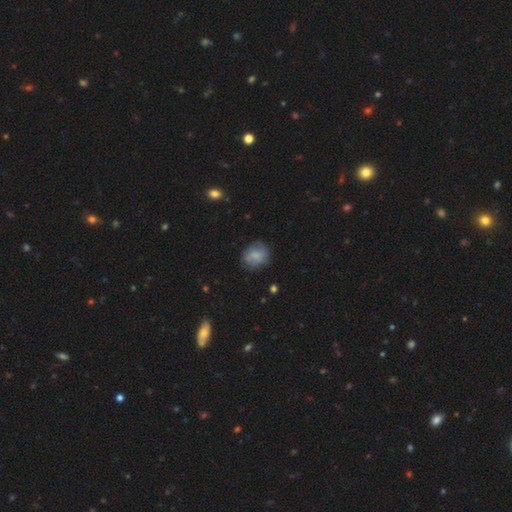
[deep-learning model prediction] smooth-or-featured: smooth: 65% | featured or disk: 26% | star or artifact: 9%
  how-rounded: round: 66% | in between: 33% | cigar-shaped: 1%
  merging: none: 68% | minor disturbance: 22% | major disturbance: 8% | merger: 2%